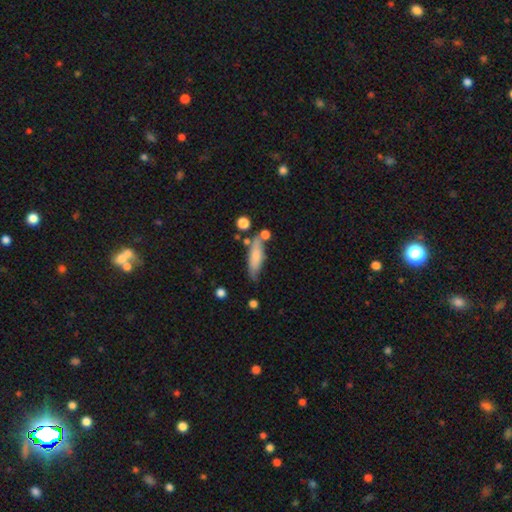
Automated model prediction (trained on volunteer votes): smooth_or_featured: smooth (p=0.72) [alt: featured or disk p=0.22]
how_rounded: cigar-shaped (p=0.56) [alt: in between p=0.42]
merging: none (p=0.59) [alt: minor disturbance p=0.24]